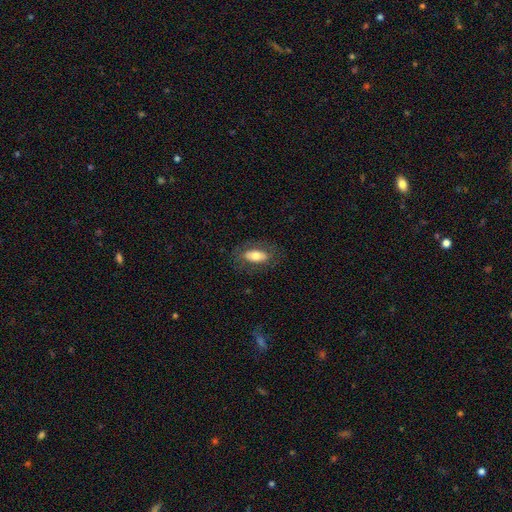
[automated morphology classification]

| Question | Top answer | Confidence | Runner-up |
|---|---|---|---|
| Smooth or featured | smooth | 64% | featured or disk (29%) |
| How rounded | in between | 88% | cigar-shaped (8%) |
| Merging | none | 78% | minor disturbance (14%) |